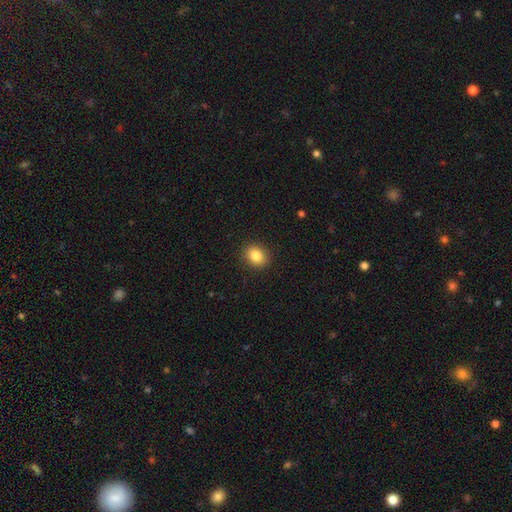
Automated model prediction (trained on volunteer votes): The model was most divided on "how rounded": round: 58%, in between: 41%, cigar-shaped: 1%. More confident: merging — none (90%); smooth or featured — smooth (85%).